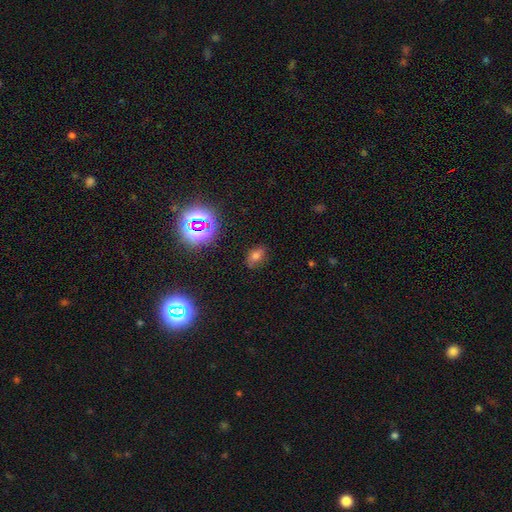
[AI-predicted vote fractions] smooth 61%, star or artifact 26%, featured or disk 13%. Down the decision tree: how rounded — in between (81%); merging — none (78%).